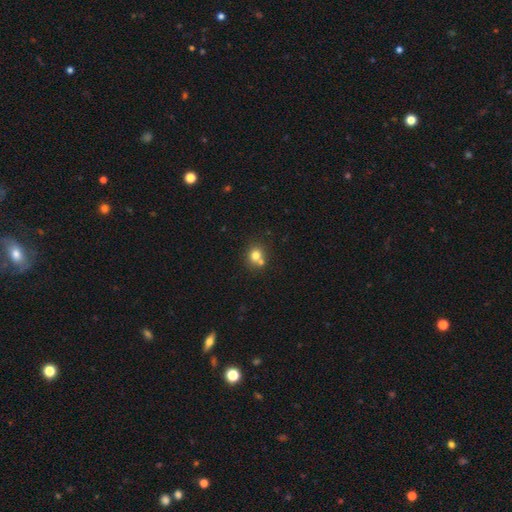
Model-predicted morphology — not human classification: Smooth or featured? Predicted: smooth (p=0.76). How rounded? Predicted: round (p=0.79). Merging? Predicted: none (p=0.54).